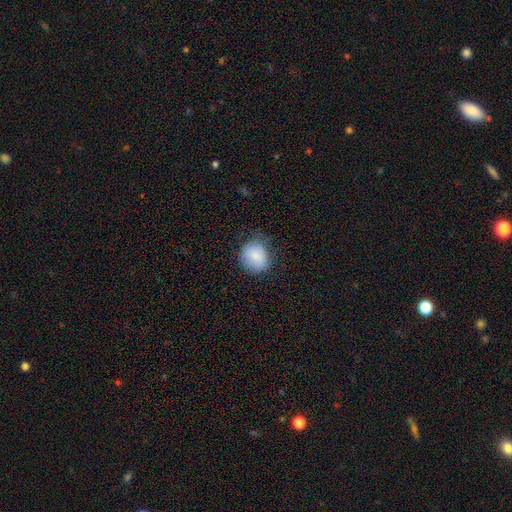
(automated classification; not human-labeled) This appears to be a smooth galaxy with no disk features (83%) that is round (74%). Merging: none (62%).